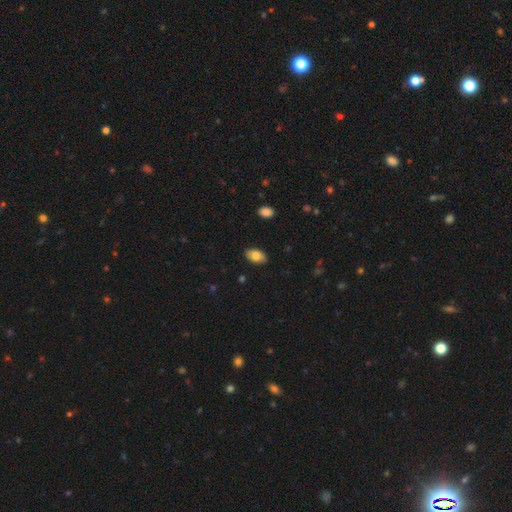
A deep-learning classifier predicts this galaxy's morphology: This is likely a smooth galaxy (79%). How rounded: clearly in between (93%). Merging: clearly none (88%).